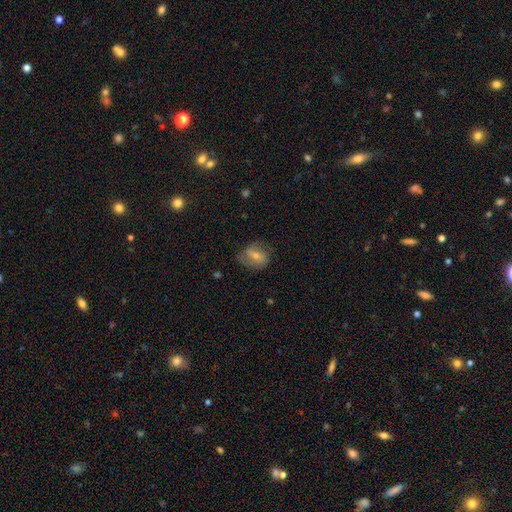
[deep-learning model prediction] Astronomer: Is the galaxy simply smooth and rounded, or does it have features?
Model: smooth — 49% (runner-up: featured or disk, 43%).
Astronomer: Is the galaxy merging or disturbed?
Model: none — 61%.